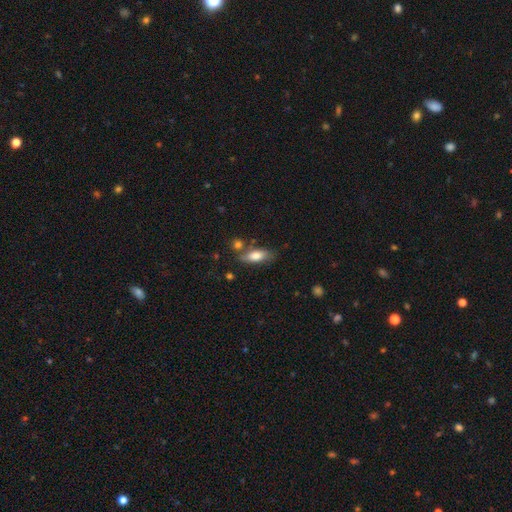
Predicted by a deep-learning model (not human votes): This is likely a smooth galaxy (77%). How rounded: likely in between (76%). Merging: likely none (65%).